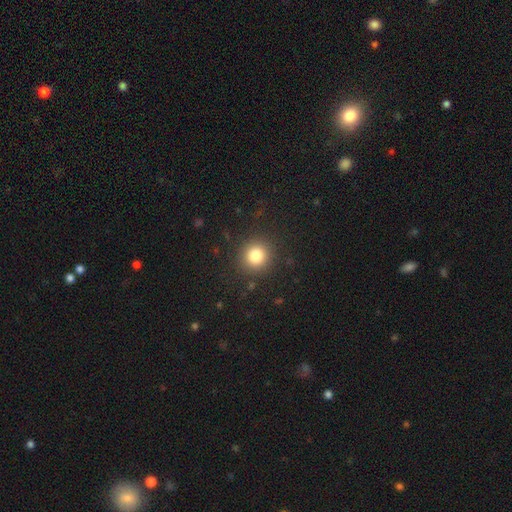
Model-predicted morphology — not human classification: A smooth galaxy with no disk features (82%) that is round (92%).

Vote fractions:
- Smooth or featured? smooth: 82% / star or artifact: 12% / featured or disk: 6%
- How rounded? round: 92% / in between: 7% / cigar-shaped: 1%
- Merging? none: 90% / minor disturbance: 6% / major disturbance: 3% / merger: 1%